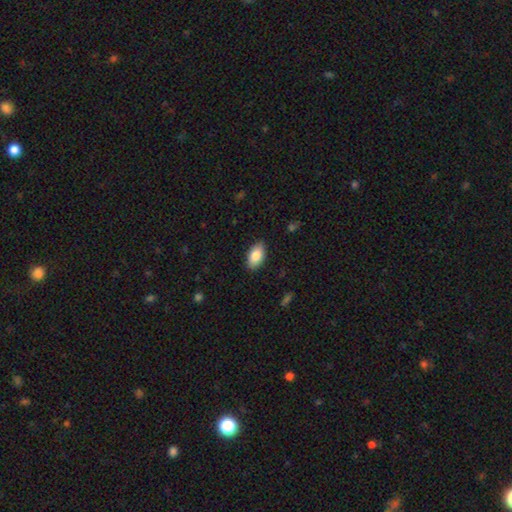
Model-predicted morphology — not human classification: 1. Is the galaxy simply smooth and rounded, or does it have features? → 85% smooth, 9% featured or disk, 7% star or artifact.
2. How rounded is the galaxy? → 94% in between, 4% round, 3% cigar-shaped.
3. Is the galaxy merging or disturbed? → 87% none, 10% minor disturbance, 2% major disturbance, 1% merger.